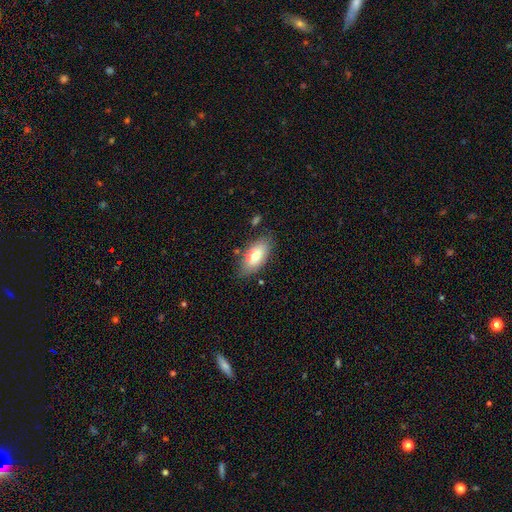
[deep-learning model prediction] smooth-or-featured: smooth: 72% | featured or disk: 21% | star or artifact: 7%
  how-rounded: in between: 92% | cigar-shaped: 5% | round: 3%
  merging: none: 76% | minor disturbance: 17% | major disturbance: 4% | merger: 3%